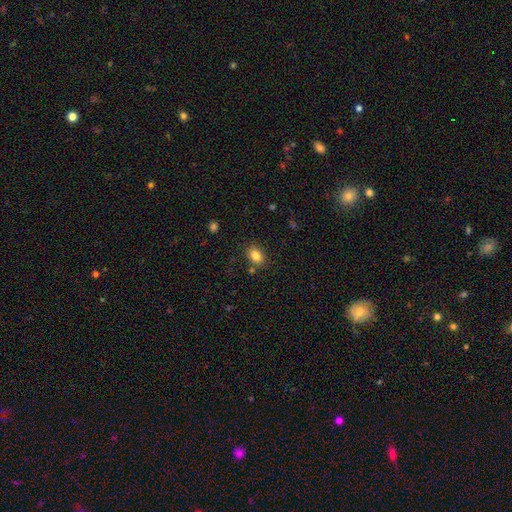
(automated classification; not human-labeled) smooth-or-featured: smooth: 84% | star or artifact: 9% | featured or disk: 6%
  how-rounded: in between: 79% | round: 20% | cigar-shaped: 1%
  merging: none: 81% | minor disturbance: 11% | merger: 4% | major disturbance: 3%